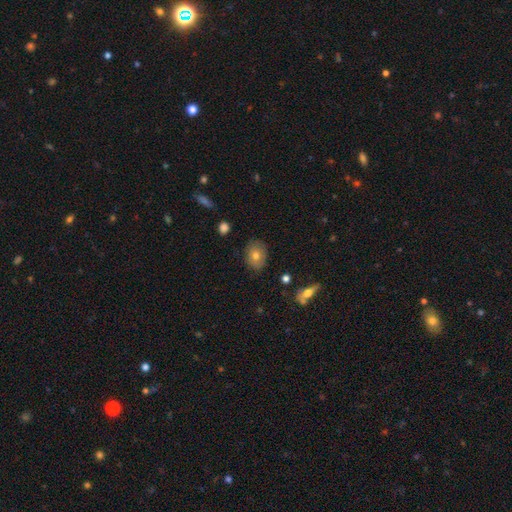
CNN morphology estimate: This is likely a smooth galaxy (73%). How rounded: likely in between (66%). Merging: clearly none (81%).